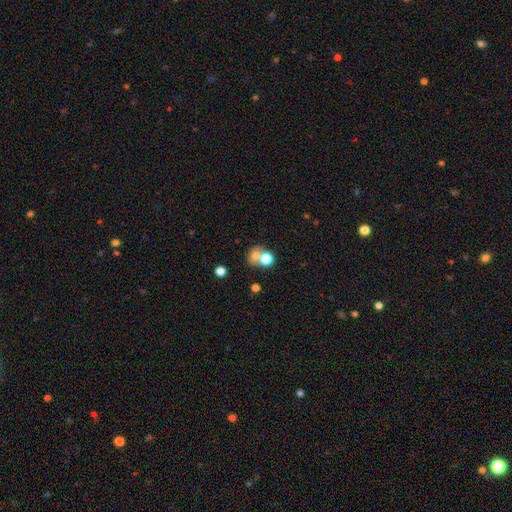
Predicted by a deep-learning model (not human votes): Q: Smooth or featured?
A: smooth (70%); runner-up: star or artifact (16%)
Q: How rounded?
A: round (68%); runner-up: in between (31%)
Q: Merging?
A: merger (45%); runner-up: none (40%)